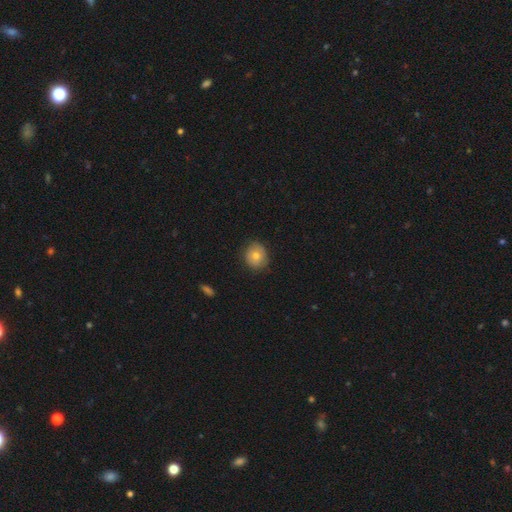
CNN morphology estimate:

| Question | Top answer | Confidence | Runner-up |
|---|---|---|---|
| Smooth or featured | smooth | 74% | featured or disk (16%) |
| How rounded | round | 82% | in between (17%) |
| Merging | none | 83% | minor disturbance (13%) |